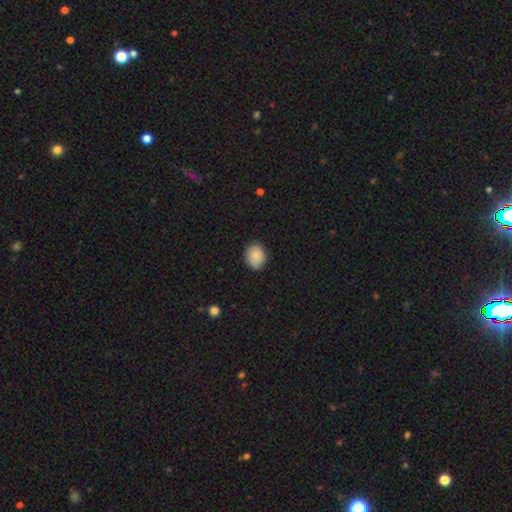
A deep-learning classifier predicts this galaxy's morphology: This is likely a smooth galaxy (79%). How rounded: possibly round (58%). Merging: likely none (78%).